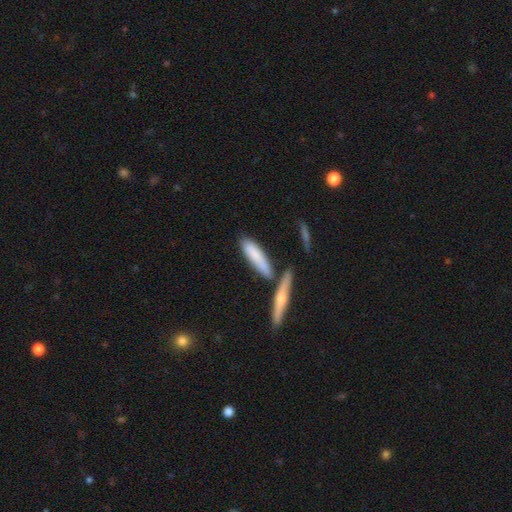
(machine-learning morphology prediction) Q: Smooth or featured?
A: smooth (74%); runner-up: featured or disk (19%)
Q: How rounded?
A: cigar-shaped (68%); runner-up: in between (30%)
Q: Merging?
A: none (64%); runner-up: merger (17%)